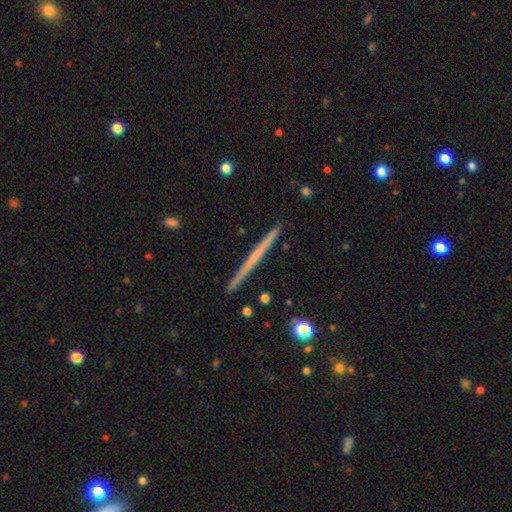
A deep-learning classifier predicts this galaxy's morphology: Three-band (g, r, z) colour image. It shows a featured or disk galaxy (59%) viewed edge-on (98%) with no central bulge (85%). Merging: none (93%).